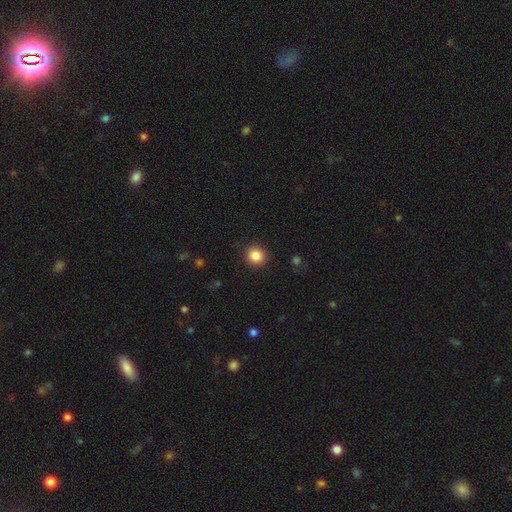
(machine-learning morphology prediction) This appears to be a smooth galaxy with no disk features (86%) that is round (92%). Merging: none (91%).